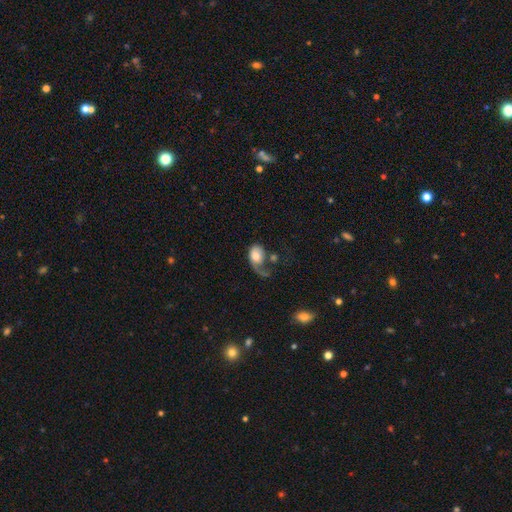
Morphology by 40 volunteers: Smooth or featured: featured or disk — 60% (smooth — 30%)
Edge-on disk: no — 100%
Bar: no — 83% (weak — 12%)
Spiral arms: yes — 75% (no — 25%)
Spiral winding: loose — 67% (medium — 22%)
Spiral arm count: 1 — 94% (can't tell — 6%)
Bulge size: moderate — 54% (large — 29%)
Merging: major disturbance — 56% (merger — 17%)